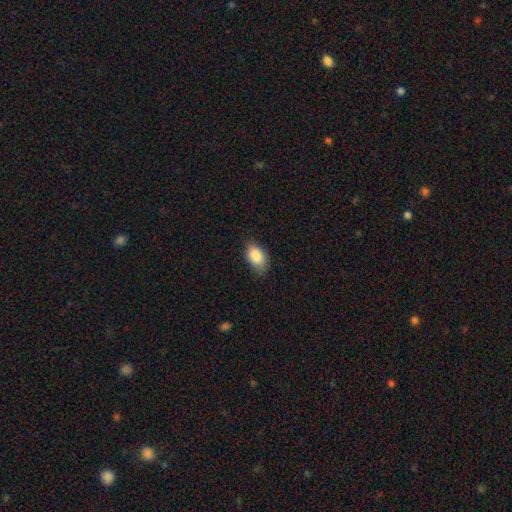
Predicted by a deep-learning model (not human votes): This appears to be a smooth galaxy with no disk features (86%) that is in between round and cigar-shaped (91%). Merging: none (75%).